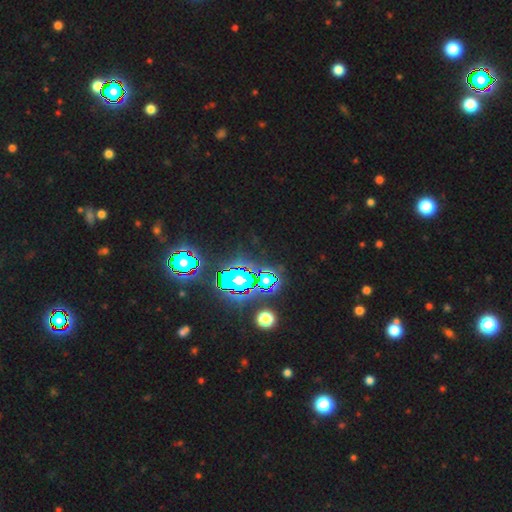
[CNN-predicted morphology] smooth_or_featured: star or artifact (p=0.80) [alt: smooth p=0.13]